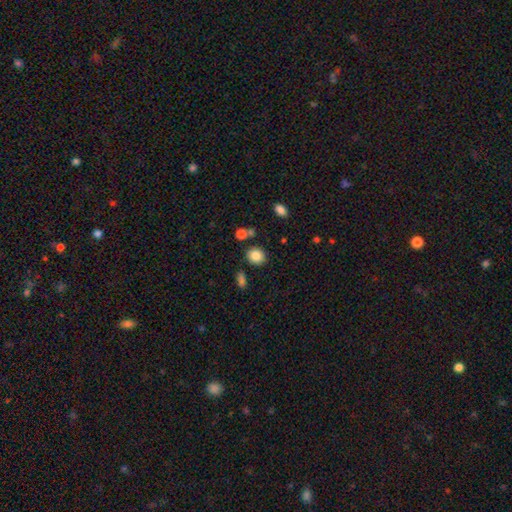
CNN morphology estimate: A smooth galaxy with no disk features (85%) that is round (68%).

Vote fractions:
- Smooth or featured? smooth: 85% / star or artifact: 10% / featured or disk: 5%
- How rounded? round: 68% / in between: 31% / cigar-shaped: 1%
- Merging? none: 81% / minor disturbance: 10% / merger: 7% / major disturbance: 3%